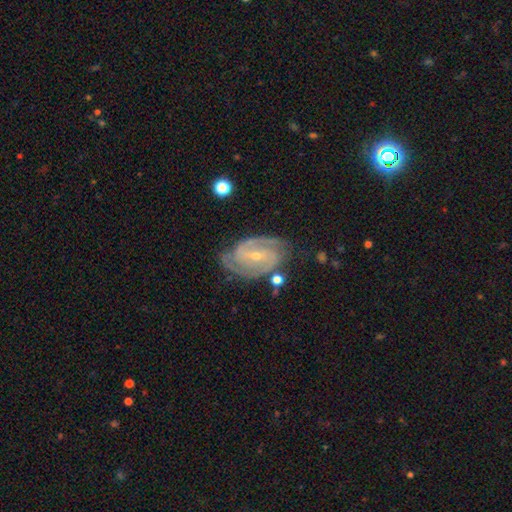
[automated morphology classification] Overall: featured or disk (89%). Edge-on disk: no (97%). Bar: weak (43%; strong 29%). Spiral arms: yes (98%). Spiral arm count: 2 (69%). Spiral winding: tight (52%; medium 40%). Bulge size: small (72%). Merging: none (74%).